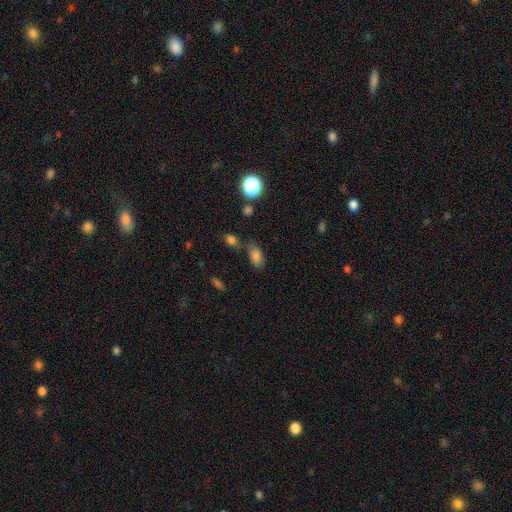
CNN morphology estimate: smooth_or_featured: smooth (p=0.78) [alt: star or artifact p=0.13]
how_rounded: in between (p=0.89) [alt: round p=0.08]
merging: none (p=0.63) [alt: minor disturbance p=0.18]